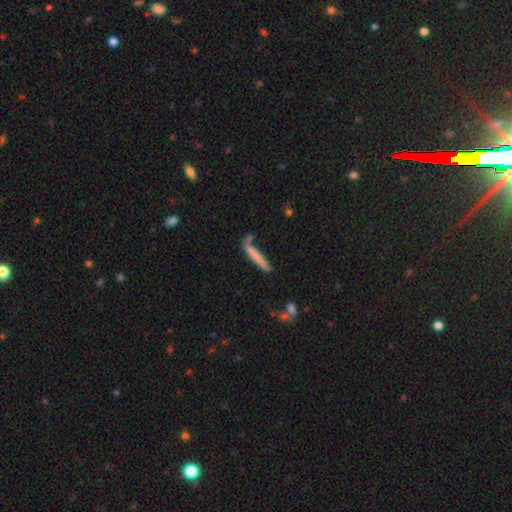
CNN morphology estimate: type=smooth (72%); roundness=cigar-shaped (94%); merging=none (64%).